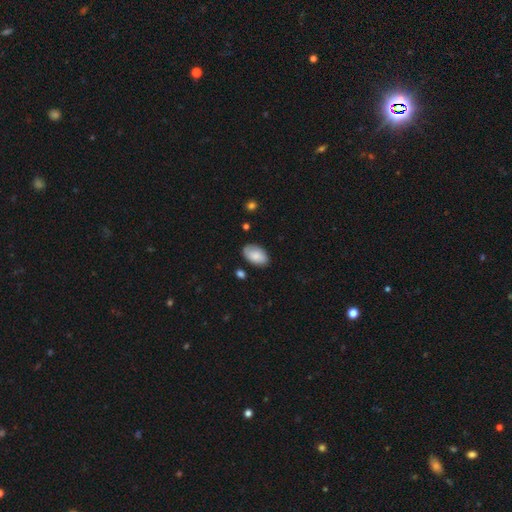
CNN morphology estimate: Smooth or featured?
  - smooth: 82% *
  - featured or disk: 12%
  - star or artifact: 7%
How rounded?
  - in between: 94% *
  - round: 5%
  - cigar-shaped: 1%
Merging?
  - none: 78% *
  - minor disturbance: 17%
  - major disturbance: 3%
  - merger: 2%